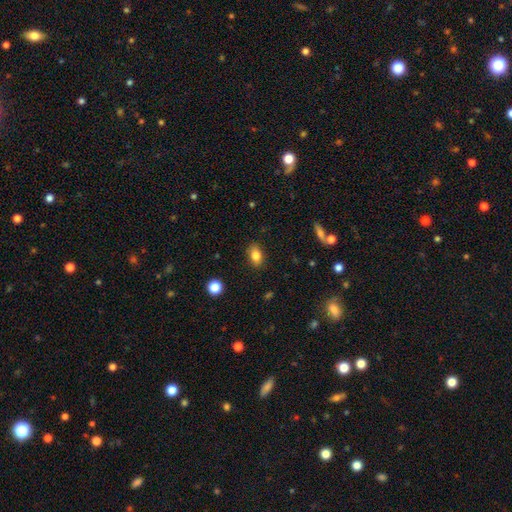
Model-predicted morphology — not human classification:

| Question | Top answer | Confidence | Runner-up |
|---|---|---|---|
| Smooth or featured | smooth | 83% | star or artifact (9%) |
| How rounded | in between | 82% | round (16%) |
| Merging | none | 86% | minor disturbance (11%) |